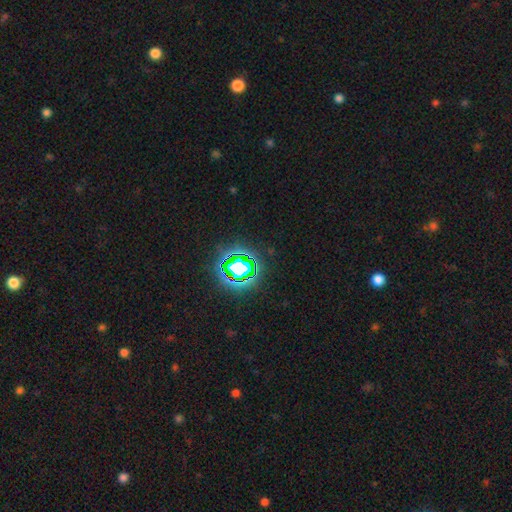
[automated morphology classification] Smooth or featured?
  - star or artifact: 79% *
  - smooth: 13%
  - featured or disk: 7%